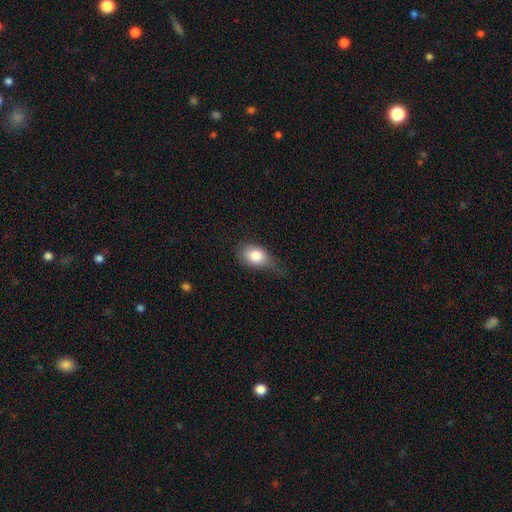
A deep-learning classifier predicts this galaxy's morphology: This appears to be a smooth galaxy with no disk features (81%) that is in between round and cigar-shaped (76%). Merging: minor disturbance (42%).